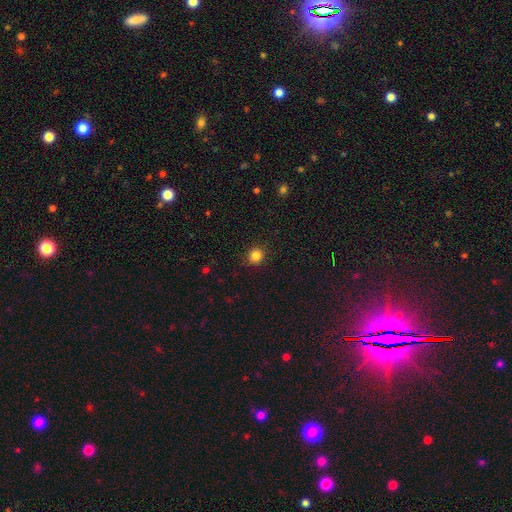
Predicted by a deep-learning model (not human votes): smooth 85%, star or artifact 12%, featured or disk 4%. Down the decision tree: how rounded — round (89%); merging — none (90%).